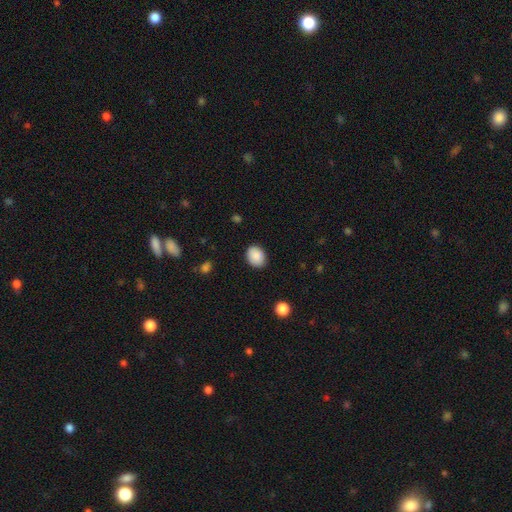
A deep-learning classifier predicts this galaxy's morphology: smooth-or-featured: smooth: 89% | star or artifact: 8% | featured or disk: 4%
  how-rounded: in between: 57% | round: 42% | cigar-shaped: 1%
  merging: none: 83% | minor disturbance: 13% | major disturbance: 3% | merger: 1%